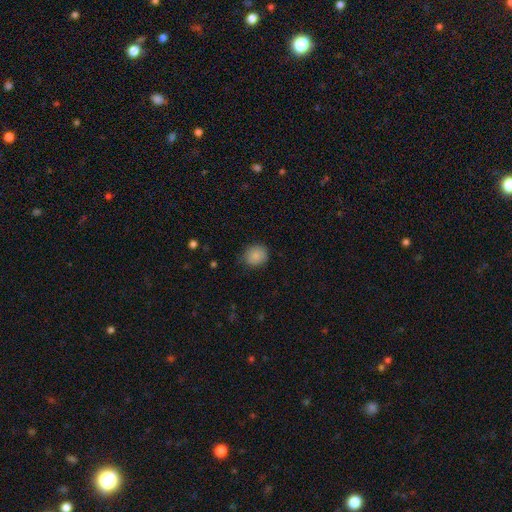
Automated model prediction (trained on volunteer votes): Overall: smooth (84%). How rounded: round (81%). Merging: none (80%).